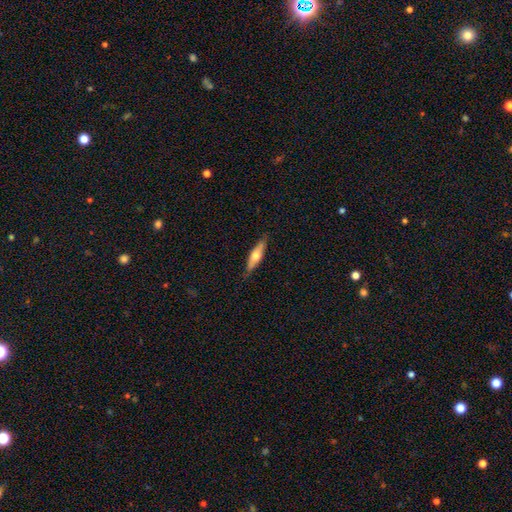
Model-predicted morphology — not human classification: smooth-or-featured: smooth: 49% | featured or disk: 45% | star or artifact: 6%
  merging: none: 84% | minor disturbance: 13% | major disturbance: 2% | merger: 1%